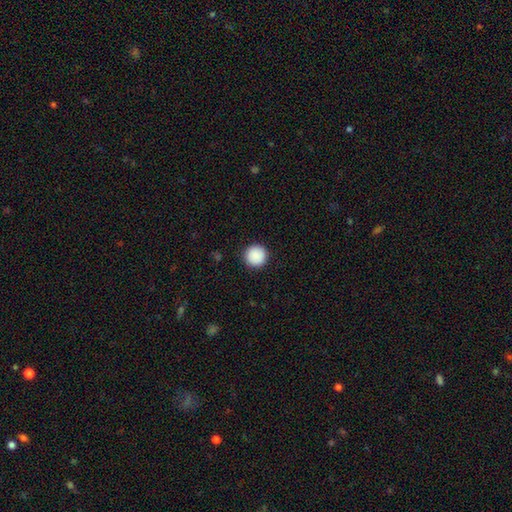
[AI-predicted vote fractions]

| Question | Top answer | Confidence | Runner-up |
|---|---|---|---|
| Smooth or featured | smooth | 90% | star or artifact (8%) |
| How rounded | round | 96% | in between (3%) |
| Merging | none | 92% | minor disturbance (5%) |